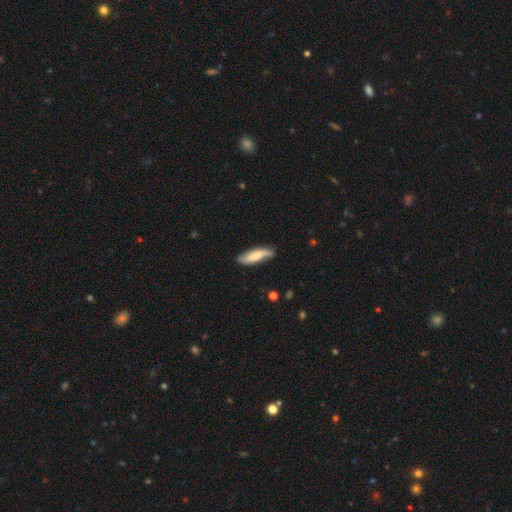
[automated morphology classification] This is possibly a smooth galaxy (52%). How rounded: likely cigar-shaped (60%). Merging: likely none (76%).